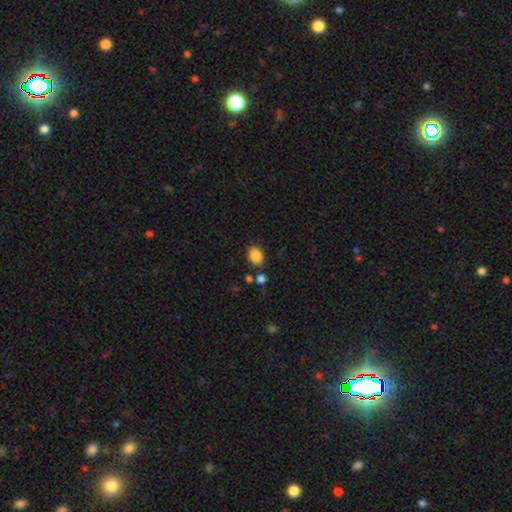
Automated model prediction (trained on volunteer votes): This is clearly a smooth galaxy (86%). How rounded: likely in between (68%). Merging: clearly none (81%).